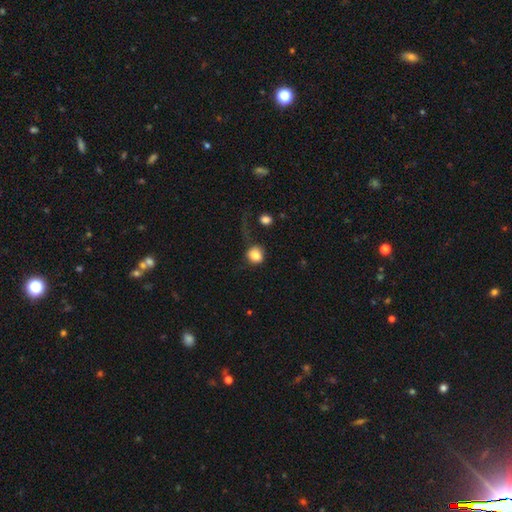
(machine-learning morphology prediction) This is clearly a smooth galaxy (83%). How rounded: likely round (76%). Merging: possibly none (56%).